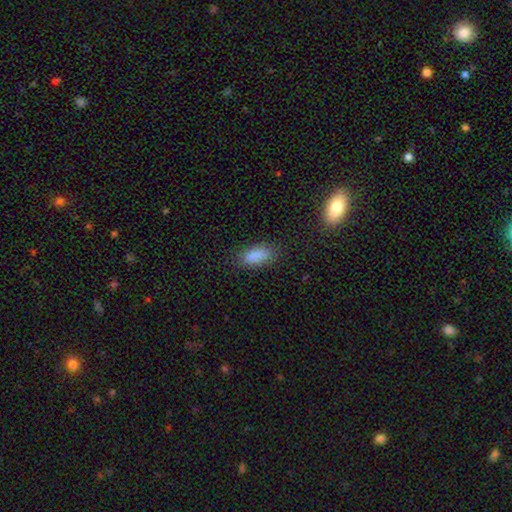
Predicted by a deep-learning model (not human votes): Q: Smooth or featured?
A: smooth (86%); runner-up: star or artifact (9%)
Q: How rounded?
A: in between (84%); runner-up: cigar-shaped (12%)
Q: Merging?
A: none (80%); runner-up: minor disturbance (14%)